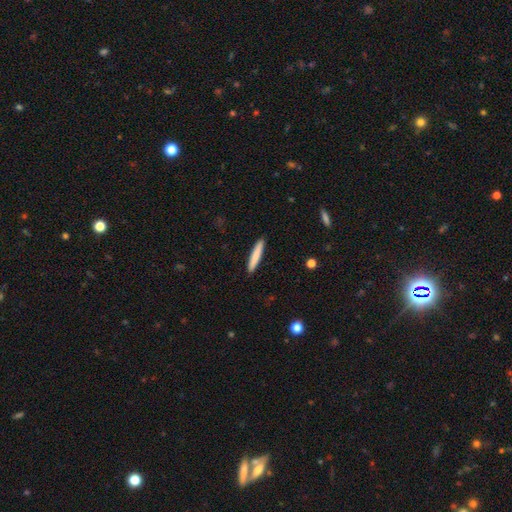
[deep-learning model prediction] smooth 80%, featured or disk 14%, star or artifact 5%. Down the decision tree: how rounded — cigar-shaped (94%); merging — none (92%).